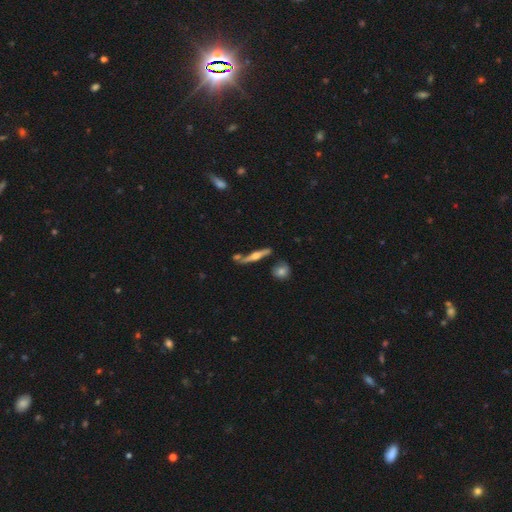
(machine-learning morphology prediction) The model was most divided on "smooth or featured": featured or disk: 70%, smooth: 24%, star or artifact: 6%. More confident: edge-on disk — yes (95%); edge-on bulge — rounded (90%); merging — none (71%).